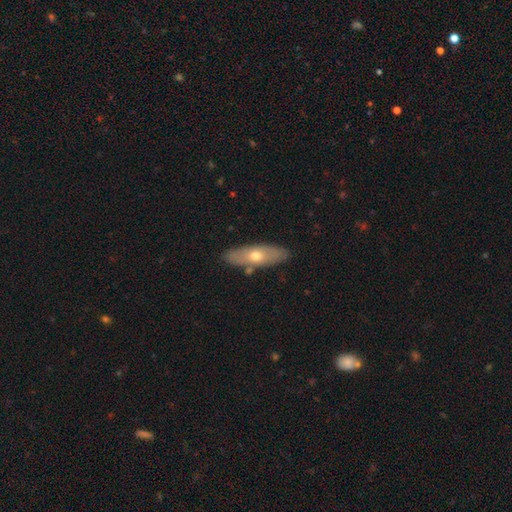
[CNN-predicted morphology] smooth 49%, featured or disk 45%, star or artifact 7%. Down the decision tree: merging — none (85%).